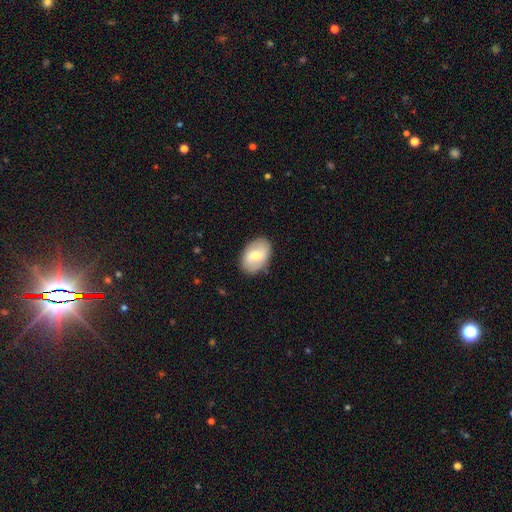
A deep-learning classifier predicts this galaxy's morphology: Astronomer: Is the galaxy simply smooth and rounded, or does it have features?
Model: smooth — 60%.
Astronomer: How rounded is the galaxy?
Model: in between — 85%.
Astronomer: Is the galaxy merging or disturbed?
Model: none — 85%.